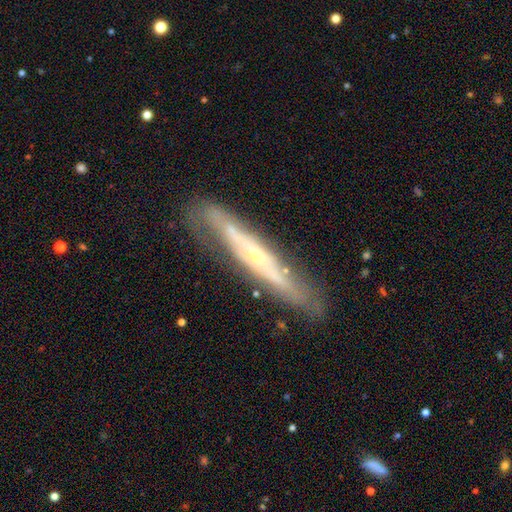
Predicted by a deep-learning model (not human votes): smooth_or_featured: featured or disk (p=0.74) [alt: smooth p=0.20]
disk_edge_on: yes (p=0.65) [alt: no p=0.35]
merging: none (p=0.73) [alt: minor disturbance p=0.17]